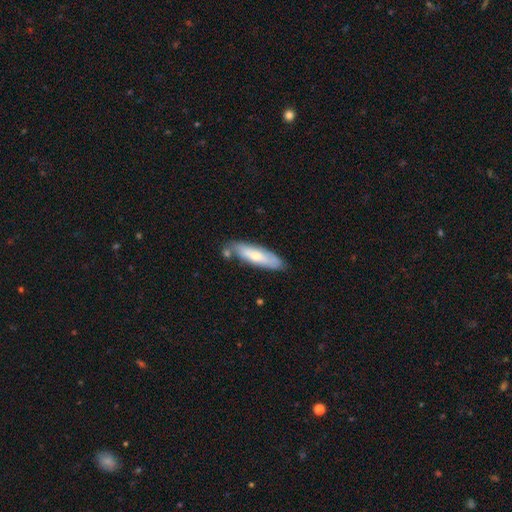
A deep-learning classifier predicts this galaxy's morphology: This is likely a smooth galaxy (60%). How rounded: possibly cigar-shaped (59%). Merging: likely none (69%).